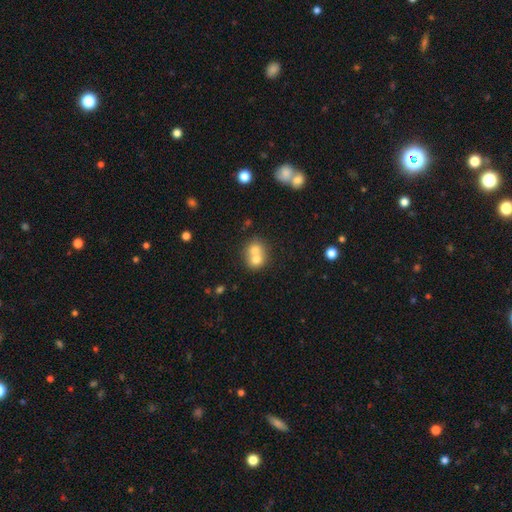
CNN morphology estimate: smooth-or-featured: smooth: 69% | featured or disk: 22% | star or artifact: 10%
  how-rounded: round: 71% | in between: 28% | cigar-shaped: 1%
  merging: merger: 68% | none: 25% | minor disturbance: 5% | major disturbance: 2%